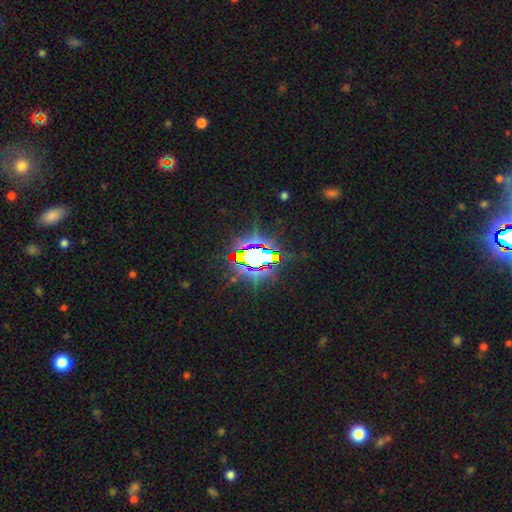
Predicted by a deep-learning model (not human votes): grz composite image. It shows a star or artifact, not a galaxy (73%).